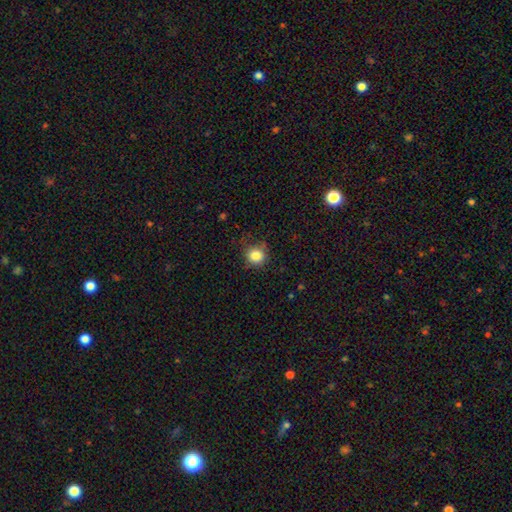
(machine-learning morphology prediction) Overall: smooth (83%). How rounded: round (84%). Merging: none (74%).